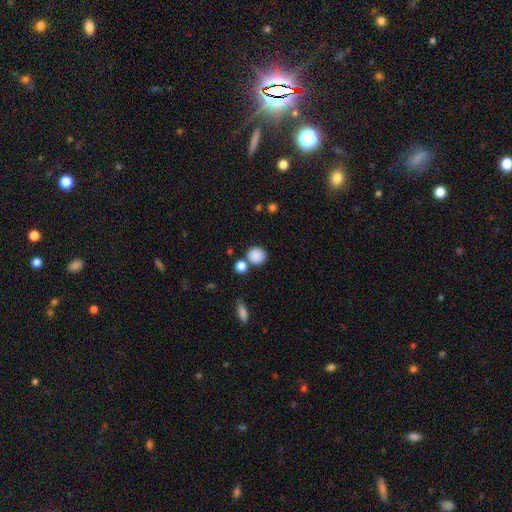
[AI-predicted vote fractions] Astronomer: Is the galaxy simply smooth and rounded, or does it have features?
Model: smooth — 87%.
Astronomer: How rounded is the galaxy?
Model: round — 83%.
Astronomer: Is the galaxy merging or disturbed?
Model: none — 74%.